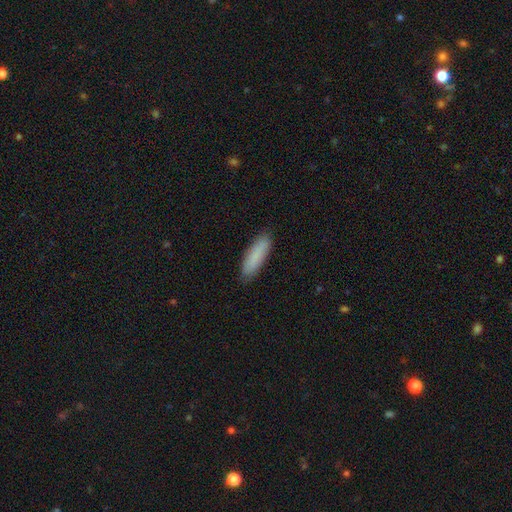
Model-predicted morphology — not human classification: A smooth galaxy with no disk features (87%) that is cigar-shaped (62%). Merging: none (88%).